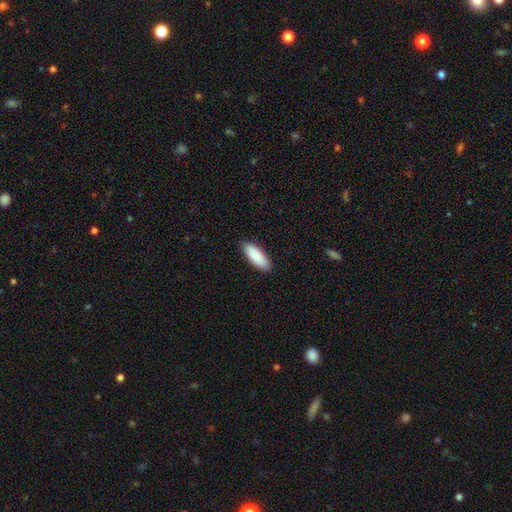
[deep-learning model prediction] smooth_or_featured: smooth (p=0.90) [alt: star or artifact p=0.05]
how_rounded: in between (p=0.70) [alt: cigar-shaped p=0.28]
merging: none (p=0.89) [alt: minor disturbance p=0.08]